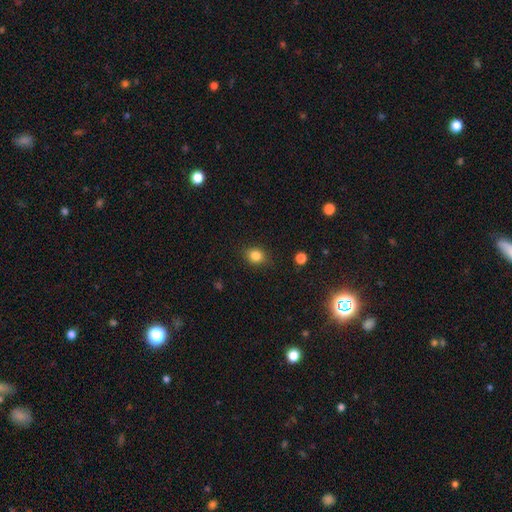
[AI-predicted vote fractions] Smooth or featured?
  - smooth: 84% *
  - star or artifact: 11%
  - featured or disk: 5%
How rounded?
  - round: 69% *
  - in between: 30%
  - cigar-shaped: 1%
Merging?
  - none: 87% *
  - minor disturbance: 10%
  - major disturbance: 3%
  - merger: 1%